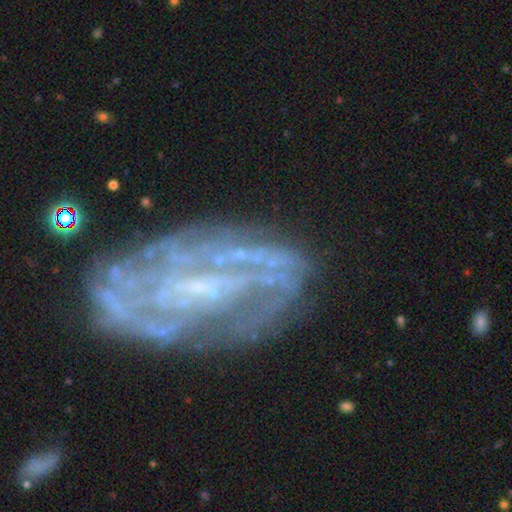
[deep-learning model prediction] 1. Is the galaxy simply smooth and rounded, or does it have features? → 79% featured or disk, 11% smooth, 9% star or artifact.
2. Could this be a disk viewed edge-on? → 95% no, 5% yes.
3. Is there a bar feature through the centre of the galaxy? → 42% no, 39% weak, 19% strong.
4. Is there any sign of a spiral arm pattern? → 73% yes, 27% no.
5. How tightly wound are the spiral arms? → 50% tight, 33% medium, 17% loose.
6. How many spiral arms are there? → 50% can't tell, 21% 2, 10% 3, 7% 4, 6% 1, 6% more than 4.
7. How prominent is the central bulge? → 61% small, 27% none, 10% moderate, 1% large, 1% dominant.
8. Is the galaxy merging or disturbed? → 64% none, 20% minor disturbance, 13% major disturbance, 3% merger.